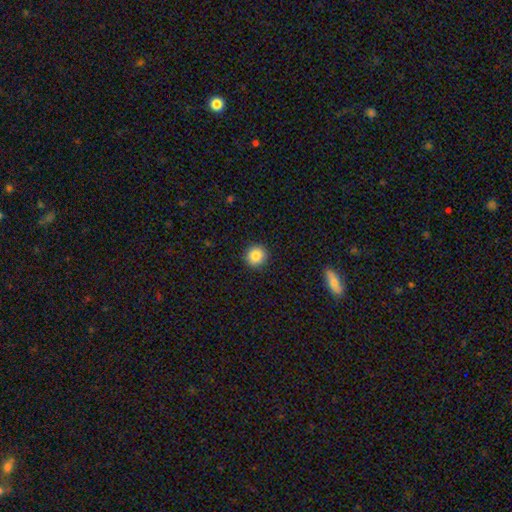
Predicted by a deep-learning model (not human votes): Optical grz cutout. It shows a smooth galaxy with no disk features (85%) that is round (94%). Merging: none (92%).